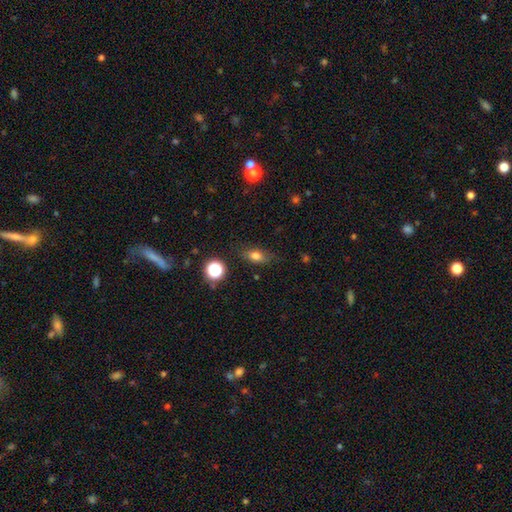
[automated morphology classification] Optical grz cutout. It shows a smooth galaxy with no disk features (76%) that is in between round and cigar-shaped (75%). Merging: none (79%).